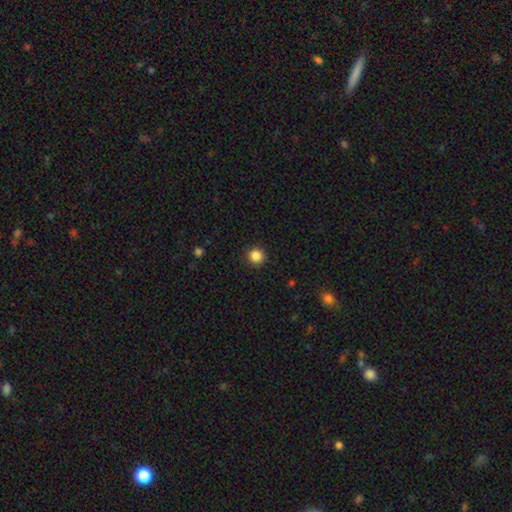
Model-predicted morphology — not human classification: This appears to be a smooth galaxy with no disk features (86%) that is round (95%). Merging: none (92%).